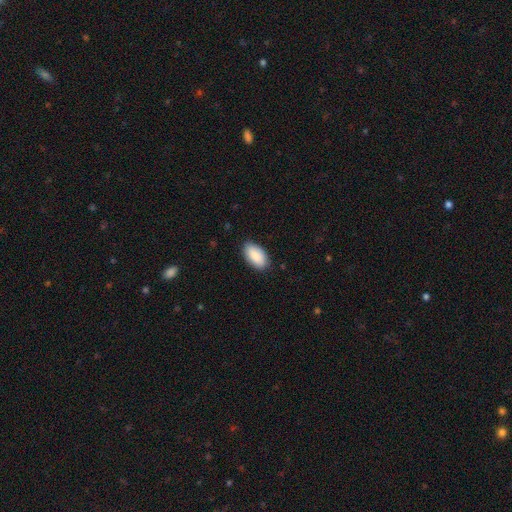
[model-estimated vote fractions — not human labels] A smooth galaxy with no disk features (87%) that is in between round and cigar-shaped (95%).

Vote fractions:
- Smooth or featured? smooth: 87% / featured or disk: 7% / star or artifact: 6%
- How rounded? in between: 95% / round: 3% / cigar-shaped: 2%
- Merging? none: 84% / minor disturbance: 13% / major disturbance: 2% / merger: 1%